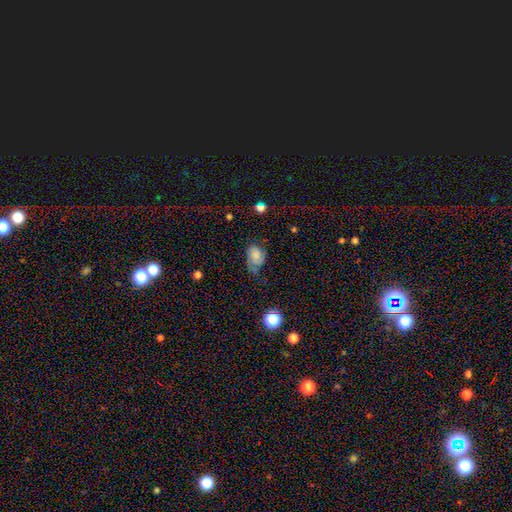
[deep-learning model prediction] This appears to be a smooth galaxy with no disk features (52%) that is in between round and cigar-shaped (74%). Merging: none (35%).